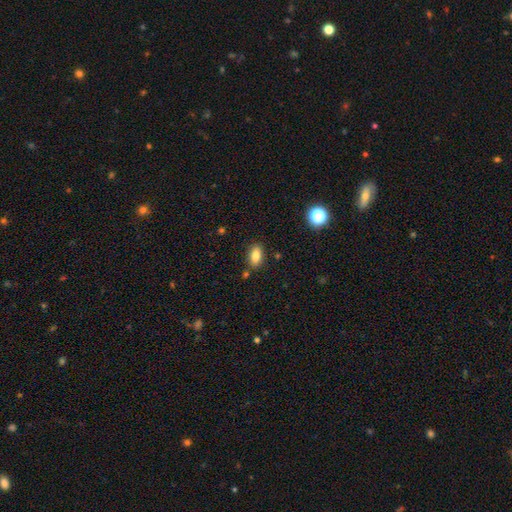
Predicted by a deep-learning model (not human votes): A smooth galaxy with no disk features (83%) that is in between round and cigar-shaped (88%). Merging: none (82%).